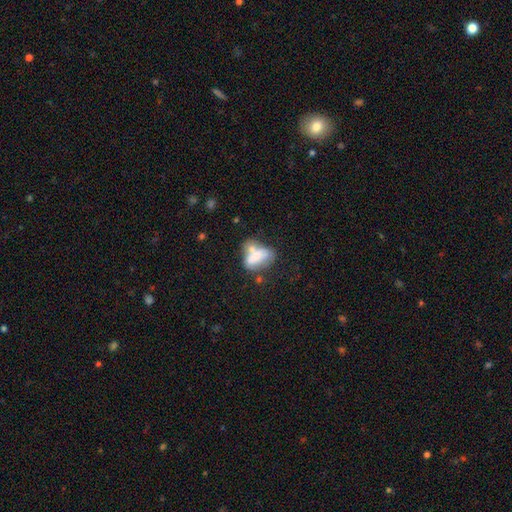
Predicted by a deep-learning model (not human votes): Smooth or featured? smooth (59%)
How rounded? in between (86%)
Merging? merger (44%)